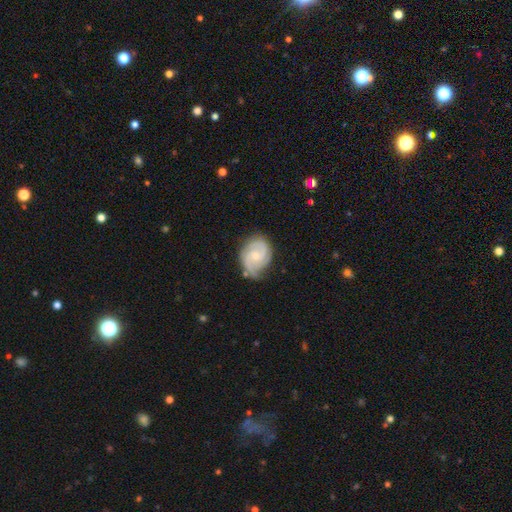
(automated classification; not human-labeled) A featured or disk galaxy (85%) with no bar (55%), 2 (69%) tight (49%) spiral arms (98%) and a small central bulge (60%). Merging: none (71%).